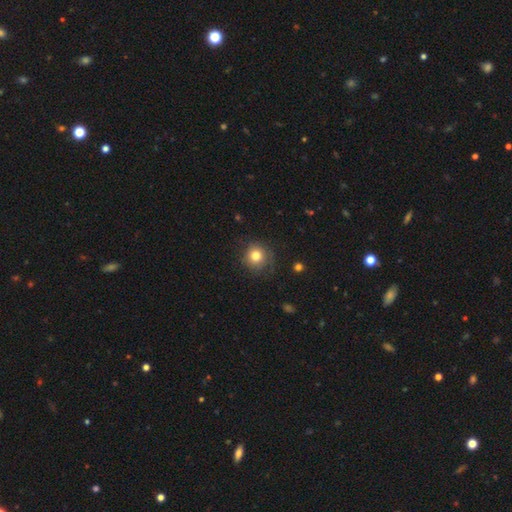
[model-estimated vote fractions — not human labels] smooth 80%, star or artifact 11%, featured or disk 9%. Down the decision tree: how rounded — round (91%); merging — none (78%).